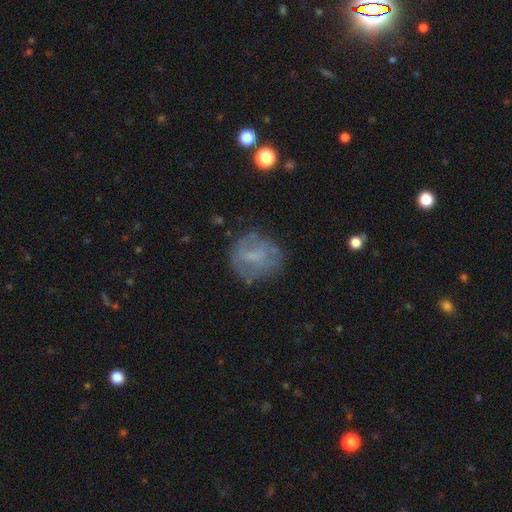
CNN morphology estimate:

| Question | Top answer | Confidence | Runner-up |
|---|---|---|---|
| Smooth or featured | smooth | 45% | featured or disk (44%) |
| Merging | none | 64% | minor disturbance (20%) |